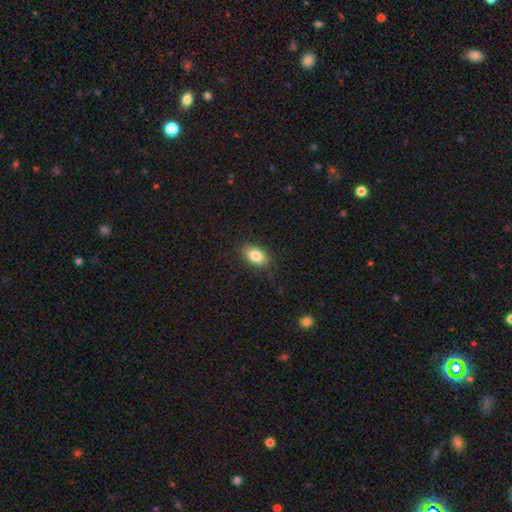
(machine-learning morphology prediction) Smooth or featured? Predicted: smooth (p=0.84). How rounded? Predicted: in between (p=0.90). Merging? Predicted: none (p=0.85).